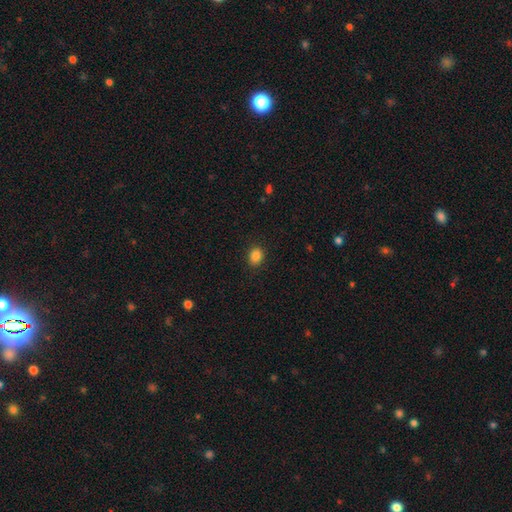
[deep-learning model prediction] Smooth or featured?
  - smooth: 86% *
  - star or artifact: 10%
  - featured or disk: 3%
How rounded?
  - in between: 52% *
  - round: 47%
  - cigar-shaped: 1%
Merging?
  - none: 89% *
  - minor disturbance: 8%
  - major disturbance: 2%
  - merger: 1%